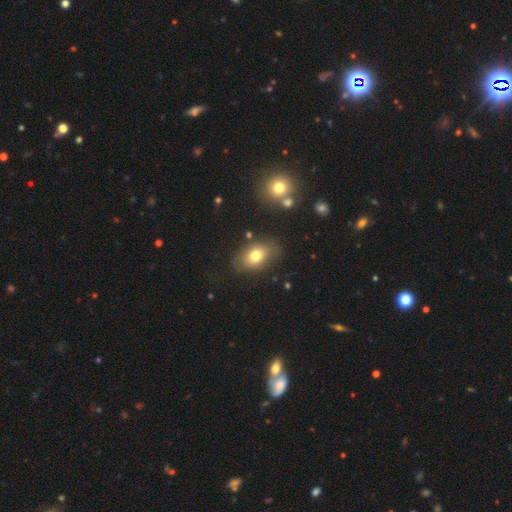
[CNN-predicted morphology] smooth-or-featured: smooth: 75% | featured or disk: 15% | star or artifact: 10%
  how-rounded: in between: 84% | round: 15% | cigar-shaped: 1%
  merging: none: 76% | minor disturbance: 15% | major disturbance: 5% | merger: 4%